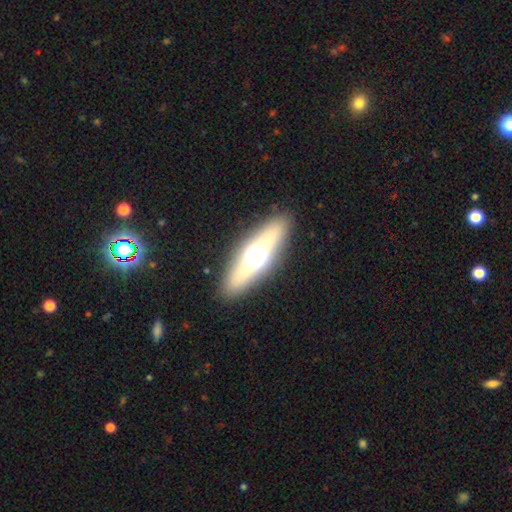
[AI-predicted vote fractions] Smooth or featured? Predicted: featured or disk (p=0.51). Edge-on disk? Predicted: yes (p=0.73). Merging? Predicted: none (p=0.88).